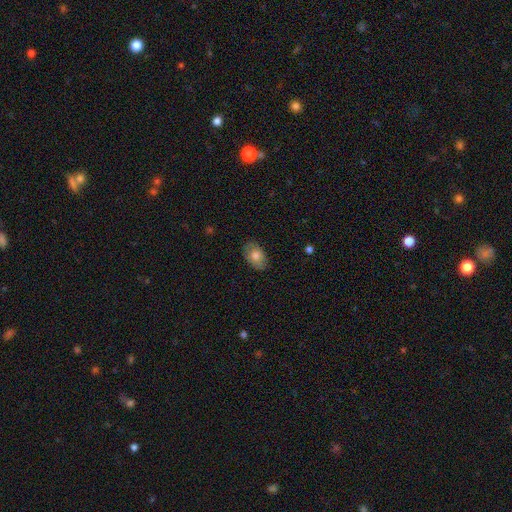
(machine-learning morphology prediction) smooth-or-featured: smooth: 74% | featured or disk: 19% | star or artifact: 7%
  how-rounded: in between: 87% | round: 12% | cigar-shaped: 1%
  merging: none: 84% | minor disturbance: 13% | major disturbance: 2% | merger: 1%